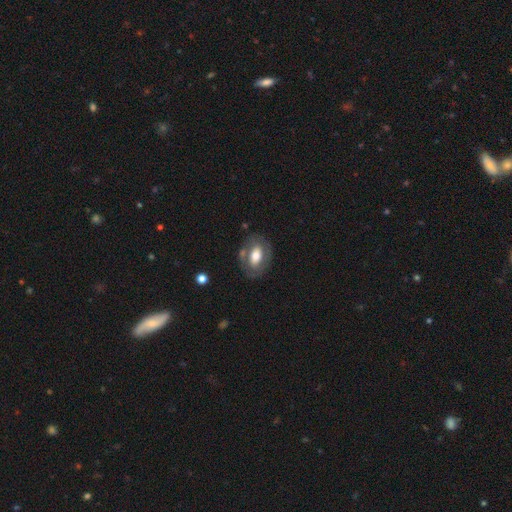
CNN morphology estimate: This appears to be a smooth galaxy with no disk features (56%) that is in between round and cigar-shaped (85%). Merging: none (68%).